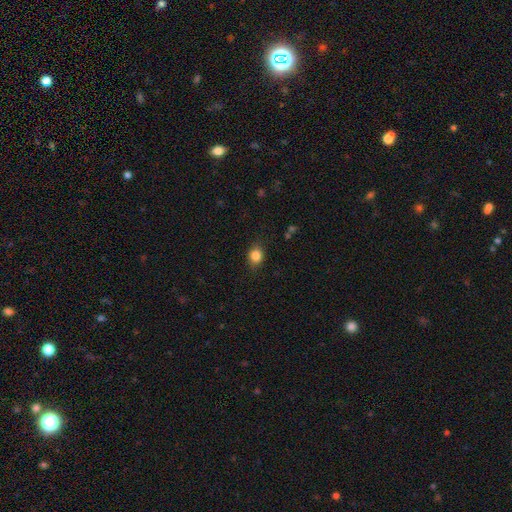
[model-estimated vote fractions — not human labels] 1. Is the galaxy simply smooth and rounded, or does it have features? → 84% smooth, 10% star or artifact, 6% featured or disk.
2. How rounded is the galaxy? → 55% round, 44% in between, 1% cigar-shaped.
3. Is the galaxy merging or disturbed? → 82% none, 14% minor disturbance, 3% major disturbance, 1% merger.